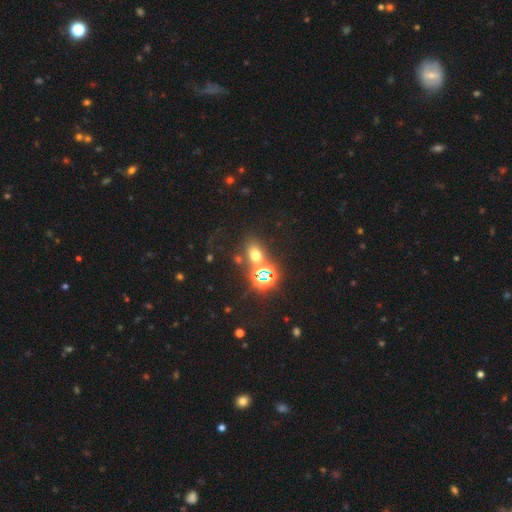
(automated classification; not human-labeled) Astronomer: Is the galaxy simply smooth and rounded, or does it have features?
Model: smooth — 49% (runner-up: star or artifact, 41%).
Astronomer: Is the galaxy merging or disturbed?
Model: none — 64%.